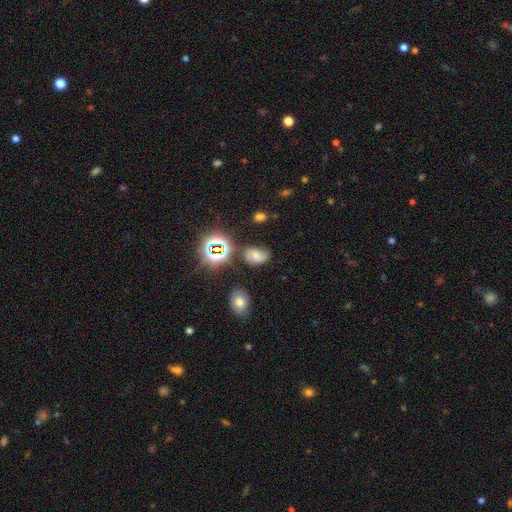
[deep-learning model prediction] A smooth galaxy with no disk features (41%). Merging: none (65%).